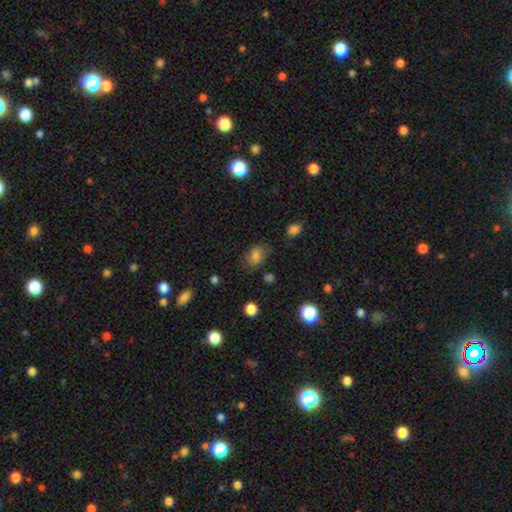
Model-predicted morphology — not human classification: This appears to be a smooth galaxy with no disk features (75%) that is in between round and cigar-shaped (77%). Merging: none (72%).